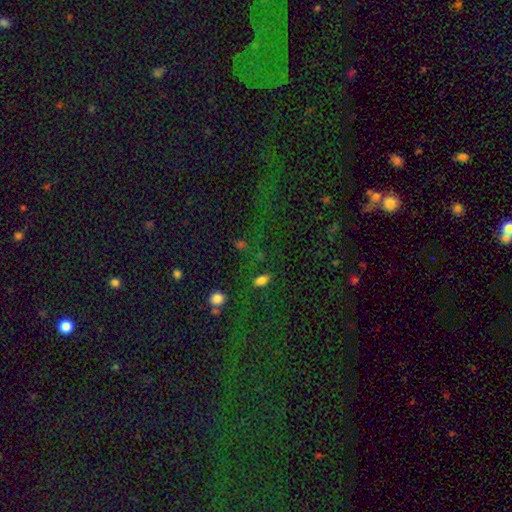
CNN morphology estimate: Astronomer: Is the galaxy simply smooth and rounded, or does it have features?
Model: star or artifact — 74%.